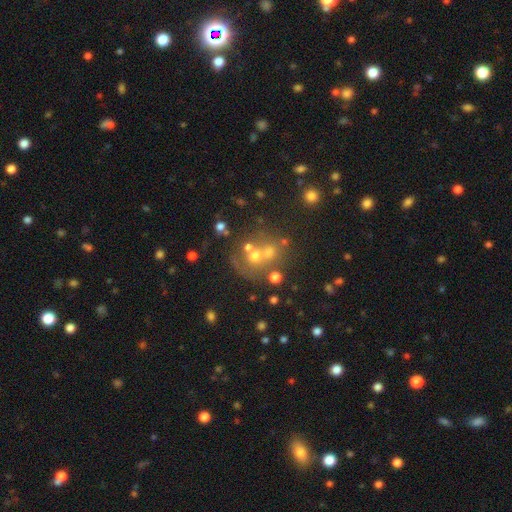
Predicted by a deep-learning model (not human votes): smooth_or_featured: smooth (p=0.50) [alt: featured or disk p=0.27]
merging: none (p=0.43) [alt: merger p=0.39]